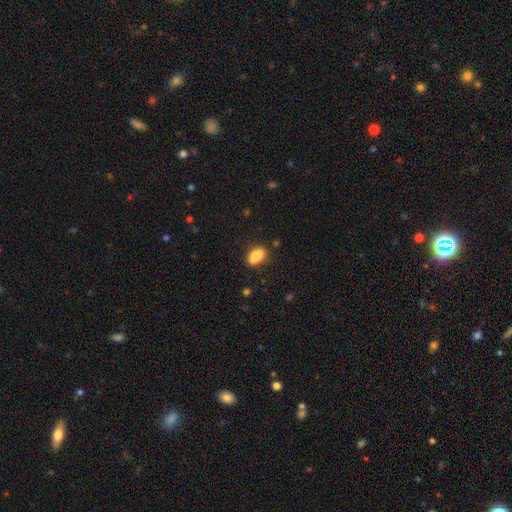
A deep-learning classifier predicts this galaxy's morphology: smooth-or-featured: smooth: 75% | featured or disk: 17% | star or artifact: 8%
  how-rounded: in between: 83% | round: 12% | cigar-shaped: 5%
  merging: none: 81% | minor disturbance: 14% | major disturbance: 3% | merger: 3%